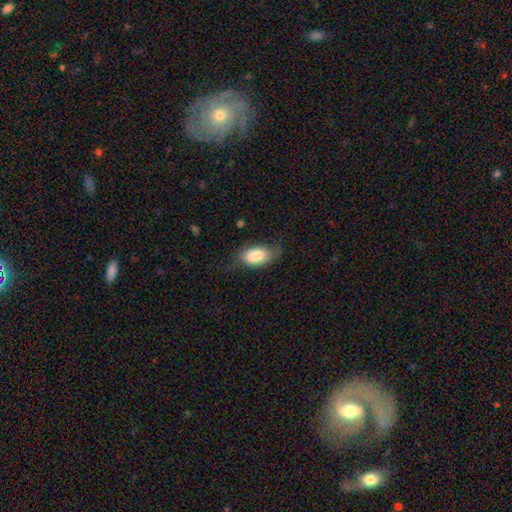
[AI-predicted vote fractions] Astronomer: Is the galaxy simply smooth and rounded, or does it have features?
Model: smooth — 79%.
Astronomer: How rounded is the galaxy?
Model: in between — 91%.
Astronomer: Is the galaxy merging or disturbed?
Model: none — 58%.